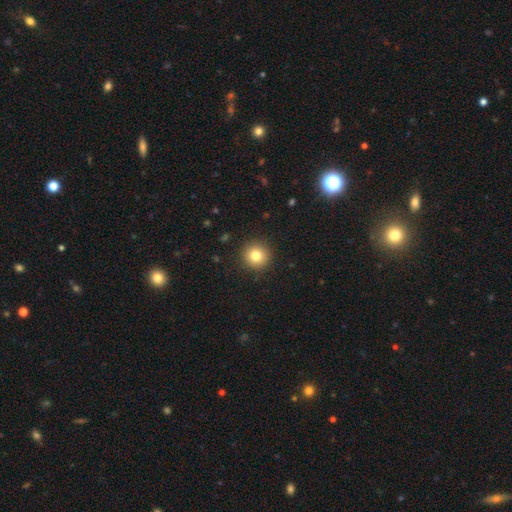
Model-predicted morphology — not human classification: Smooth or featured? smooth (80%)
How rounded? round (95%)
Merging? none (92%)